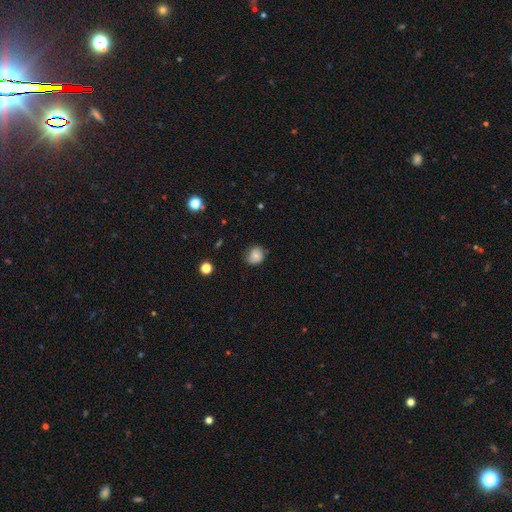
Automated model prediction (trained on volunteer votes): Smooth or featured? Predicted: smooth (p=0.76). How rounded? Predicted: round (p=0.73). Merging? Predicted: none (p=0.67).